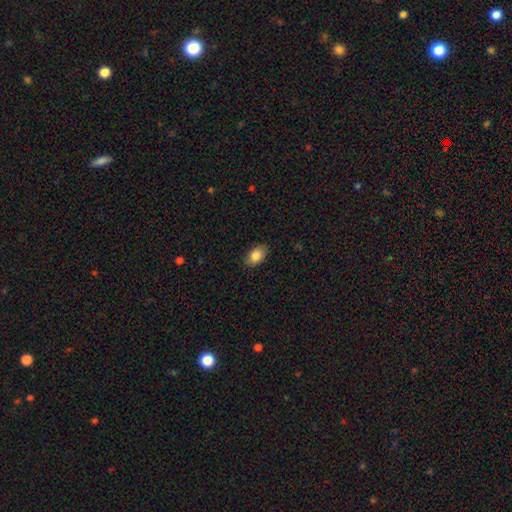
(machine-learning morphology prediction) This is clearly a smooth galaxy (85%). How rounded: clearly in between (89%). Merging: clearly none (86%).